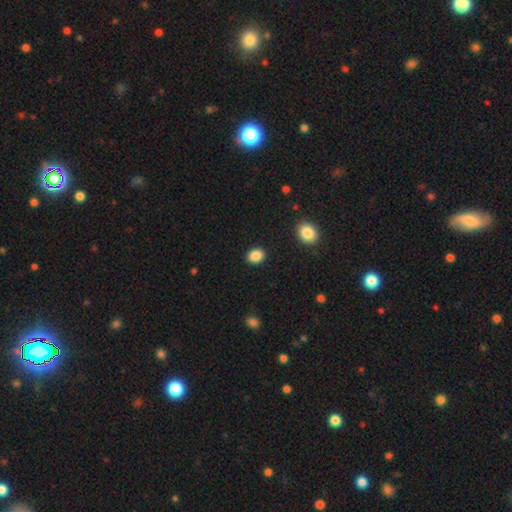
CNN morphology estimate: The model was most divided on "how rounded": round: 57%, in between: 42%, cigar-shaped: 1%. More confident: merging — none (90%); smooth or featured — smooth (88%).